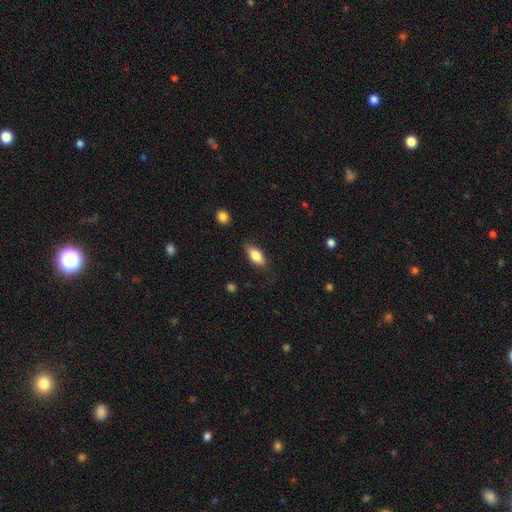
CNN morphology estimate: type=smooth (80%); roundness=in between (84%); merging=none (81%).